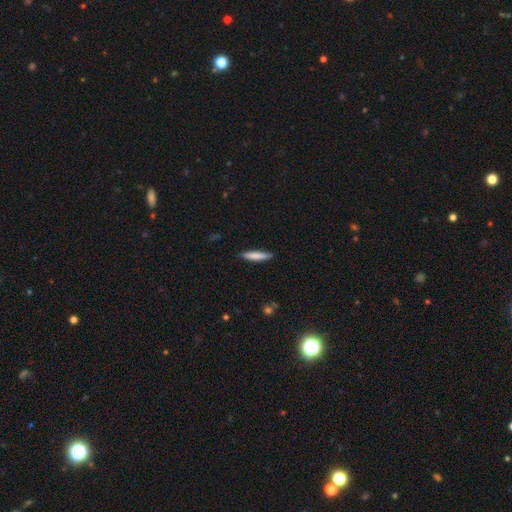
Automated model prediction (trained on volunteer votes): Smooth or featured? Predicted: smooth (p=0.76). How rounded? Predicted: cigar-shaped (p=0.90). Merging? Predicted: none (p=0.88).